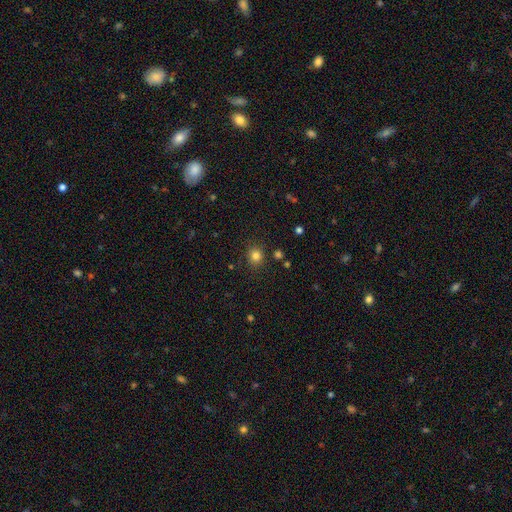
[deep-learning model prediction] Overall: smooth (81%). How rounded: round (84%). Merging: none (87%).